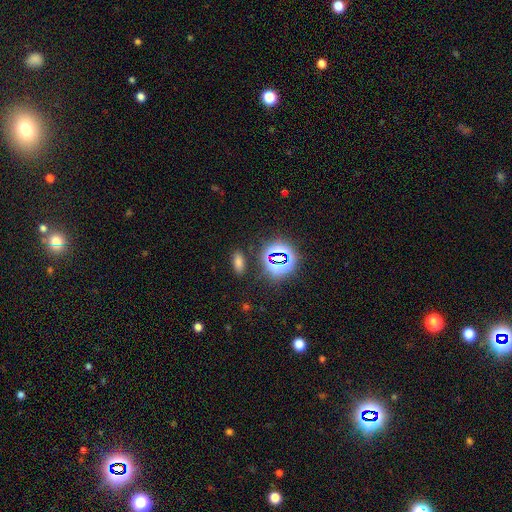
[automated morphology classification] Smooth or featured? star or artifact (75%)